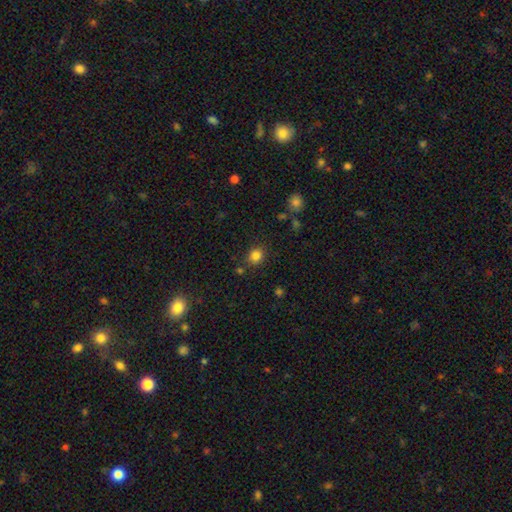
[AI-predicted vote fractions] The model was most divided on "how rounded": round: 83%, in between: 16%, cigar-shaped: 1%. More confident: merging — none (84%); smooth or featured — smooth (83%).